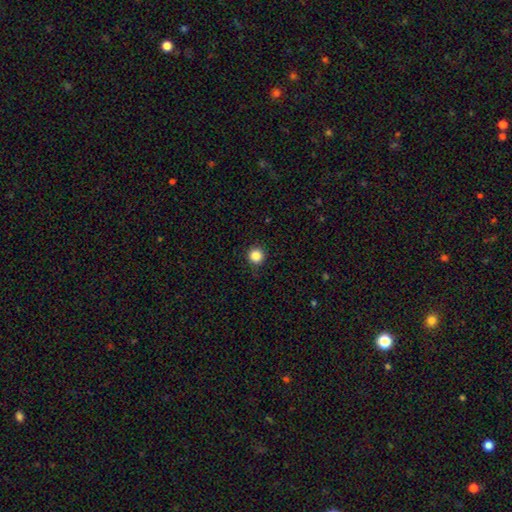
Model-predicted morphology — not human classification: Smooth or featured?
  - smooth: 86% *
  - star or artifact: 11%
  - featured or disk: 3%
How rounded?
  - round: 96% *
  - in between: 3%
  - cigar-shaped: 1%
Merging?
  - none: 91% *
  - minor disturbance: 6%
  - major disturbance: 2%
  - merger: 1%